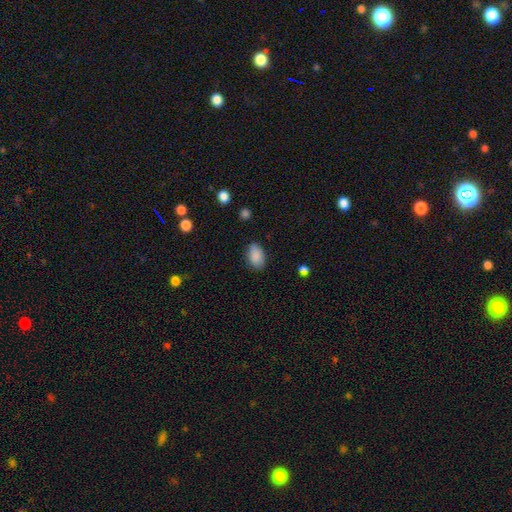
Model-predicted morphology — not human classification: A smooth galaxy with no disk features (88%) that is in between round and cigar-shaped (91%).

Vote fractions:
- Smooth or featured? smooth: 88% / star or artifact: 7% / featured or disk: 4%
- How rounded? in between: 91% / round: 7% / cigar-shaped: 2%
- Merging? none: 80% / minor disturbance: 15% / major disturbance: 3% / merger: 1%